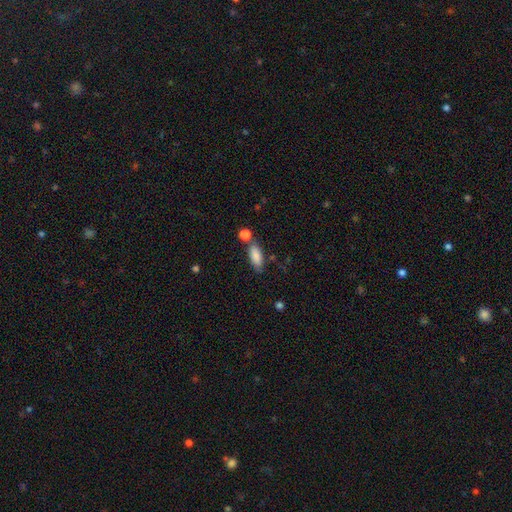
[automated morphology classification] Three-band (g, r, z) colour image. It shows a smooth galaxy with no disk features (86%) that is in between round and cigar-shaped (78%). Merging: none (65%).